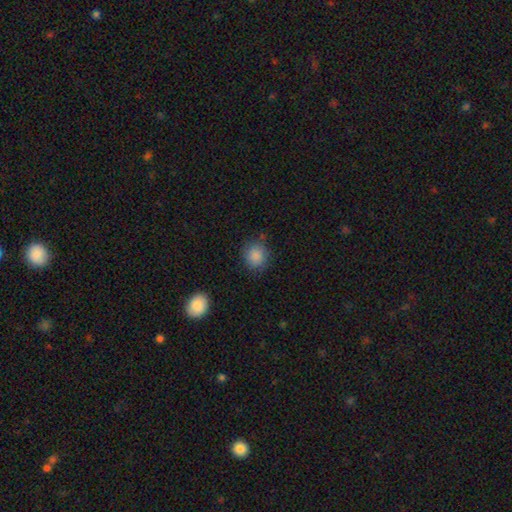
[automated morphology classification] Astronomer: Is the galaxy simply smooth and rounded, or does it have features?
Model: smooth — 87%.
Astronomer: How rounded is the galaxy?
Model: round — 84%.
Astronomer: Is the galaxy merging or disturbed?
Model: none — 83%.